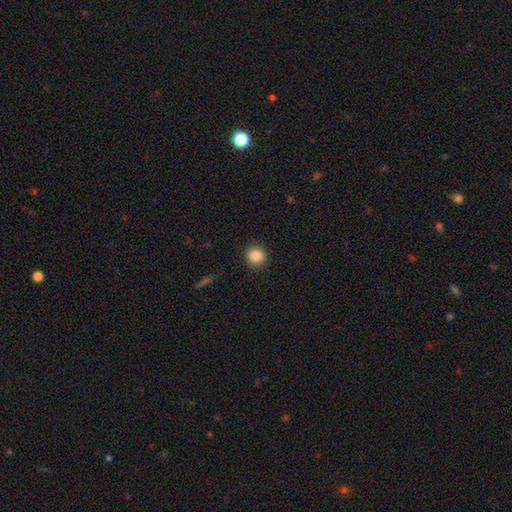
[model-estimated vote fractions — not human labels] Smooth or featured?
  - smooth: 86% *
  - star or artifact: 9%
  - featured or disk: 4%
How rounded?
  - round: 88% *
  - in between: 11%
  - cigar-shaped: 1%
Merging?
  - none: 90% *
  - minor disturbance: 7%
  - major disturbance: 2%
  - merger: 1%